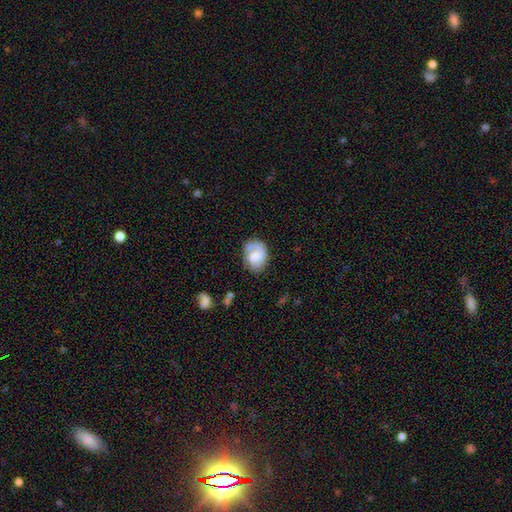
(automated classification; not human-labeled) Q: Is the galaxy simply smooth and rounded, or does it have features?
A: smooth — 54%.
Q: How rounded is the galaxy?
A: in between — 65%.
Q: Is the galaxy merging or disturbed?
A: none — 52%.